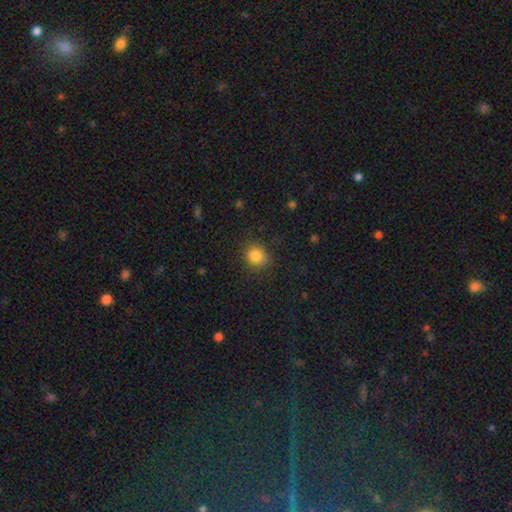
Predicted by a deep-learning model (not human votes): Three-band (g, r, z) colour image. It shows a smooth galaxy with no disk features (84%) that is round (77%). Merging: none (83%).